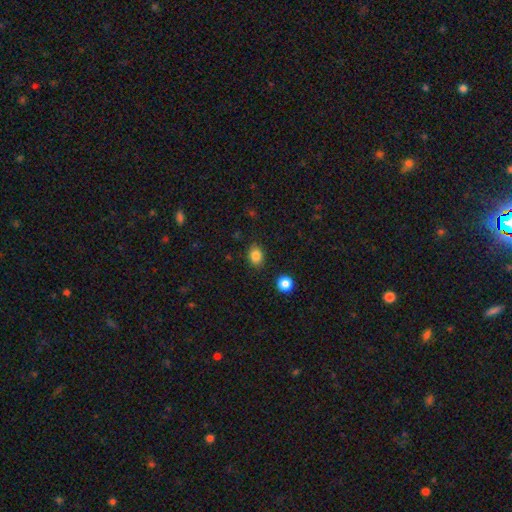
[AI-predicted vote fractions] This is clearly a smooth galaxy (85%). How rounded: likely in between (61%). Merging: clearly none (84%).